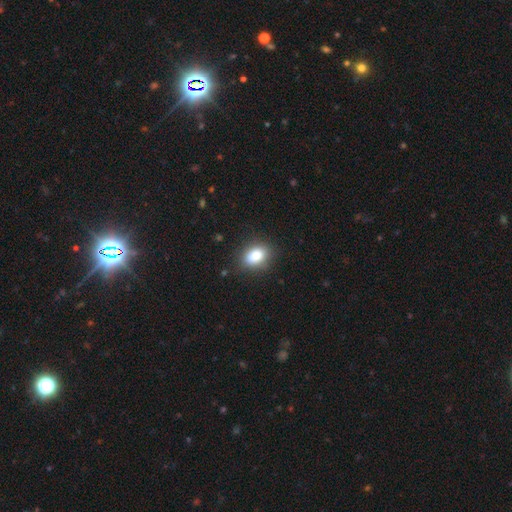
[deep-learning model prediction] A smooth galaxy with no disk features (85%) that is in between round and cigar-shaped (74%).

Vote fractions:
- Smooth or featured? smooth: 85% / star or artifact: 9% / featured or disk: 6%
- How rounded? in between: 74% / round: 24% / cigar-shaped: 2%
- Merging? none: 82% / minor disturbance: 13% / major disturbance: 3% / merger: 1%